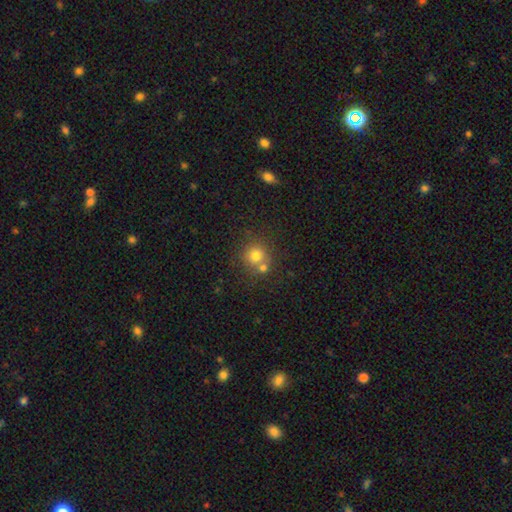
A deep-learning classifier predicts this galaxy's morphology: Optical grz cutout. It shows a smooth galaxy with no disk features (75%) that is round (89%). Merging: none (57%).